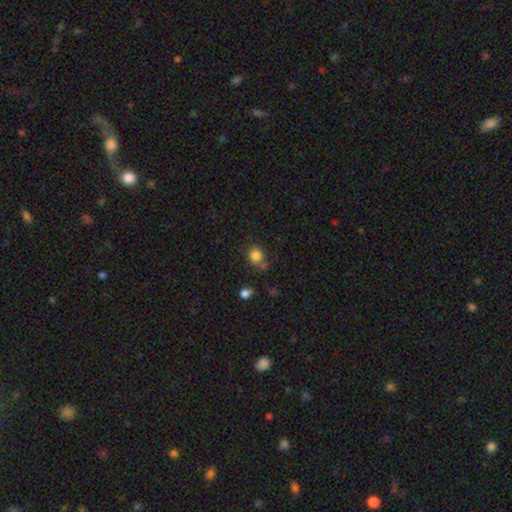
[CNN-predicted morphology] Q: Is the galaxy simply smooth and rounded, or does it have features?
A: smooth — 83%.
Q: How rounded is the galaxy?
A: round — 82%.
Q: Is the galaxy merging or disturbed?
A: none — 65%.